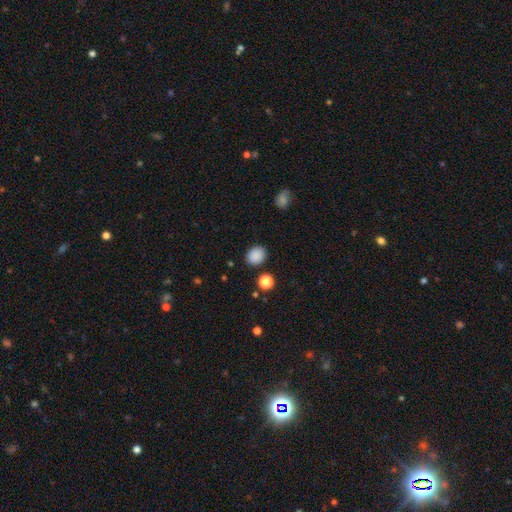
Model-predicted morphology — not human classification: smooth_or_featured: smooth (p=0.88) [alt: star or artifact p=0.09]
how_rounded: round (p=0.56) [alt: in between p=0.43]
merging: none (p=0.86) [alt: minor disturbance p=0.09]